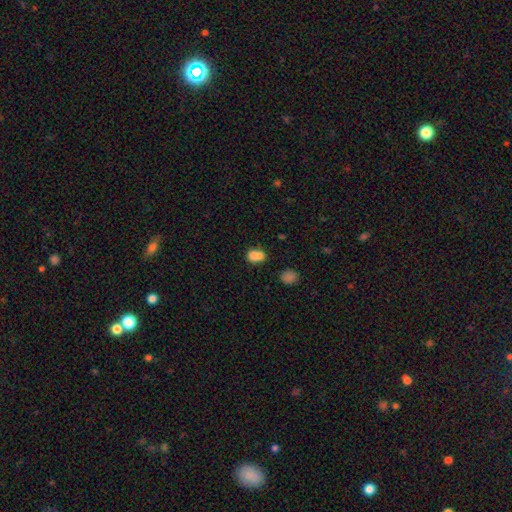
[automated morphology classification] This is likely a smooth galaxy (76%). How rounded: possibly round (52%). Merging: possibly merger (59%).